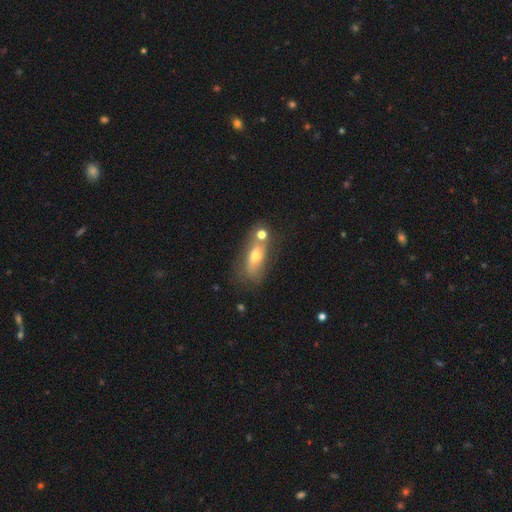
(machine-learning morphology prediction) smooth-or-featured: smooth: 54% | featured or disk: 36% | star or artifact: 10%
  how-rounded: in between: 66% | cigar-shaped: 24% | round: 10%
  merging: none: 49% | merger: 24% | minor disturbance: 19% | major disturbance: 9%